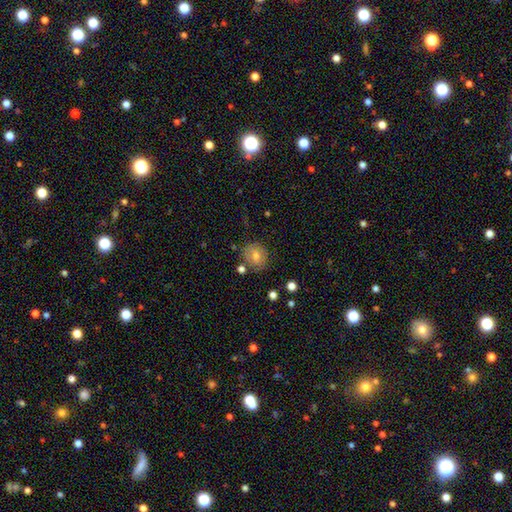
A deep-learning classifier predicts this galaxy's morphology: type=smooth (62%); roundness=round (78%); merging=none (78%).